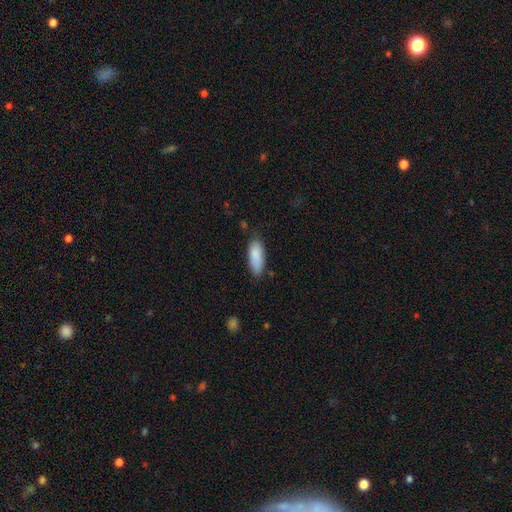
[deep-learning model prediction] A smooth galaxy with no disk features (88%) that is in between round and cigar-shaped (78%). Merging: none (78%).